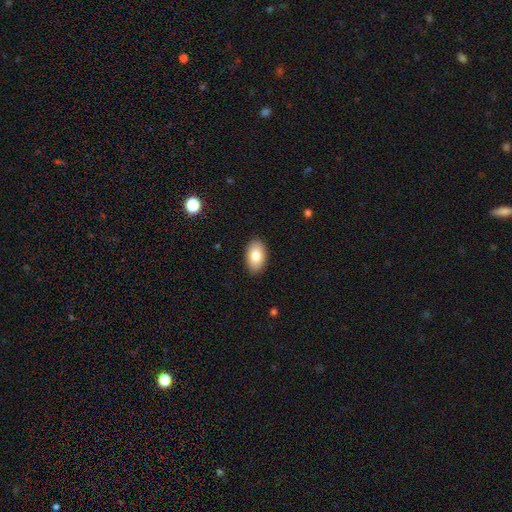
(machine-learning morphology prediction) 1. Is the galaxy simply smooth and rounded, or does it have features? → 84% smooth, 10% featured or disk, 7% star or artifact.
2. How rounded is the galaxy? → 94% in between, 5% round, 1% cigar-shaped.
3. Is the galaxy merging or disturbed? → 89% none, 8% minor disturbance, 2% major disturbance, 1% merger.